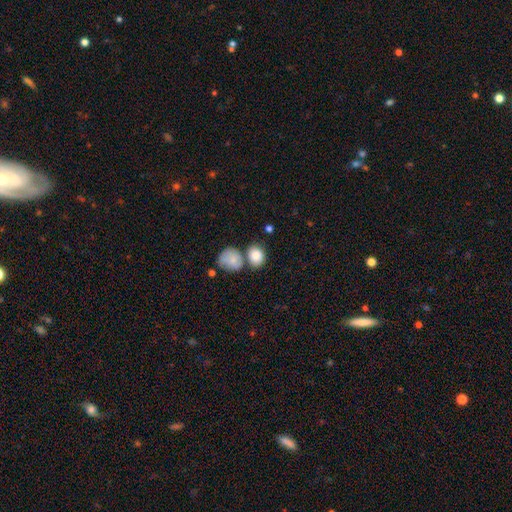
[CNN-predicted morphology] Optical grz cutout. It shows a smooth galaxy with no disk features (85%) that is round (53%). Merging: none (52%).